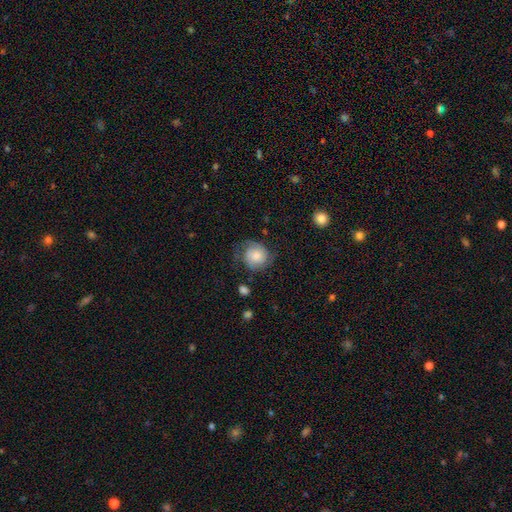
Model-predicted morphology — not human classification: type=smooth (50%); roundness=round (81%); merging=none (59%).